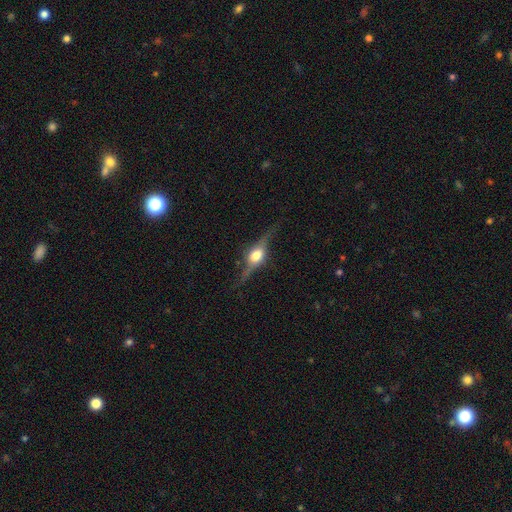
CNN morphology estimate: Smooth or featured? featured or disk (75%)
Edge-on disk? yes (94%)
Edge-on bulge? rounded (93%)
Merging? none (77%)